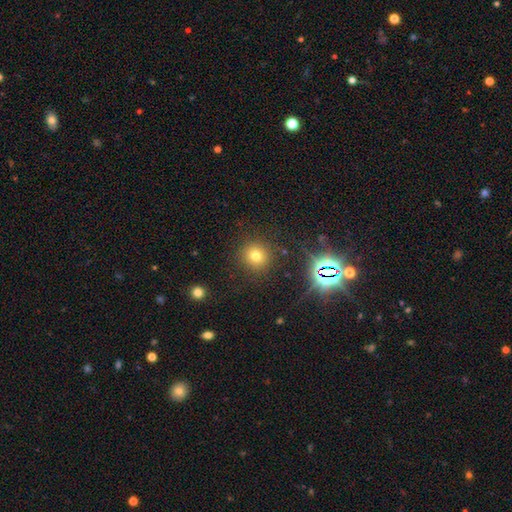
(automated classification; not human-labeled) Q: Smooth or featured?
A: smooth (70%); runner-up: star or artifact (21%)
Q: How rounded?
A: round (92%); runner-up: in between (7%)
Q: Merging?
A: none (87%); runner-up: minor disturbance (7%)